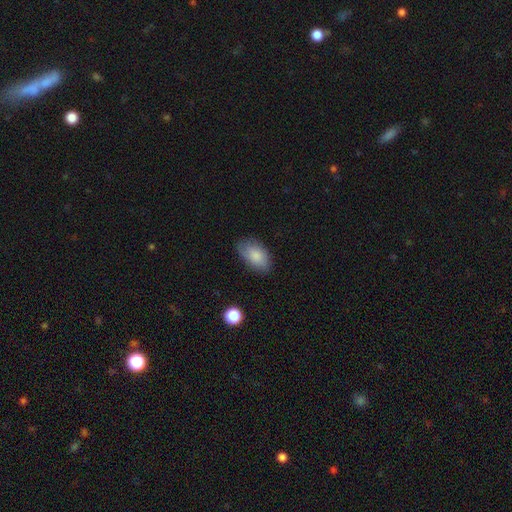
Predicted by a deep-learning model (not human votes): A smooth galaxy with no disk features (84%) that is in between round and cigar-shaped (93%). Merging: none (77%).